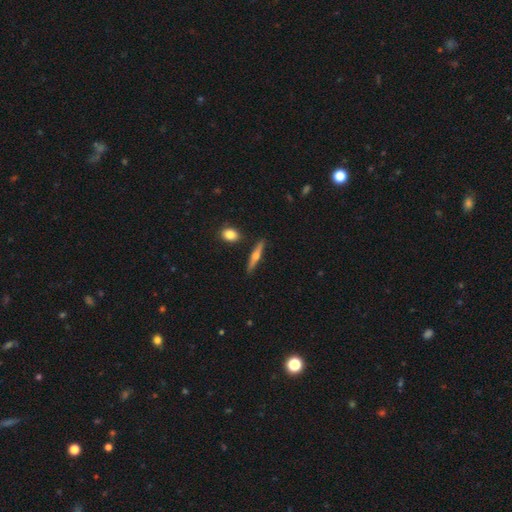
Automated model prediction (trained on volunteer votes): Smooth or featured: featured or disk — 54% (smooth — 40%)
Edge-on disk: yes — 95% (no — 5%)
Edge-on bulge: rounded — 88% (none — 8%)
Merging: none — 87% (minor disturbance — 8%)